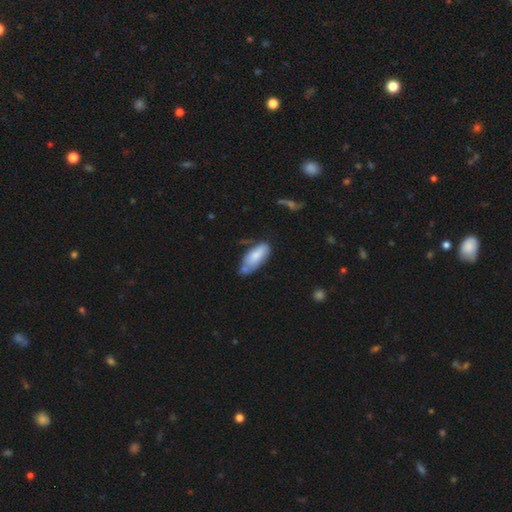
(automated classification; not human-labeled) Smooth or featured? Predicted: smooth (p=0.75). How rounded? Predicted: in between (p=0.81). Merging? Predicted: none (p=0.45).